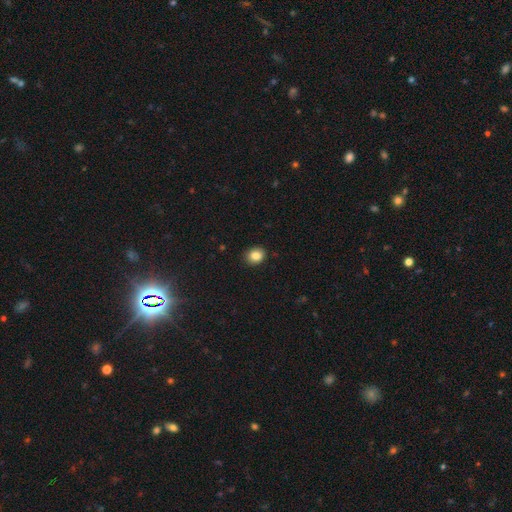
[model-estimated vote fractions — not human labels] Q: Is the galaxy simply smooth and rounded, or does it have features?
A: smooth — 86%.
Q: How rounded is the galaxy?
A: round — 63%.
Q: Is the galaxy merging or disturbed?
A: none — 90%.